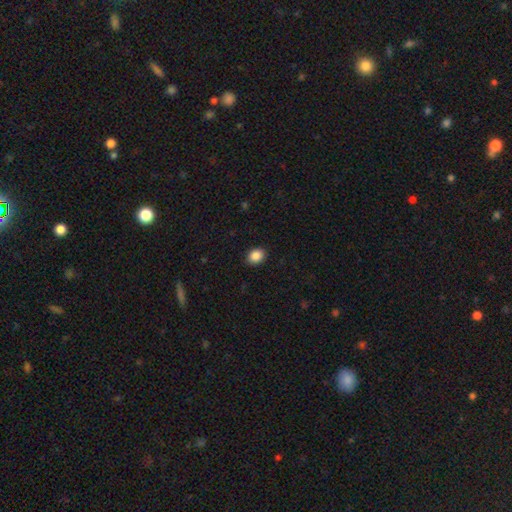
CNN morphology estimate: This appears to be a smooth galaxy with no disk features (88%) that is in between round and cigar-shaped (53%). Merging: none (91%).